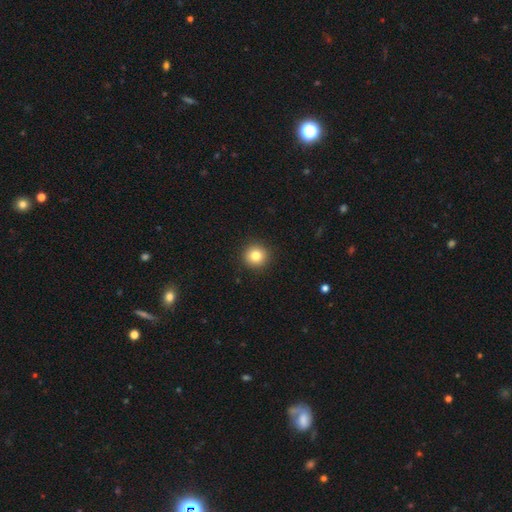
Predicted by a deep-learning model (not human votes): smooth_or_featured: smooth (p=0.82) [alt: star or artifact p=0.11]
how_rounded: round (p=0.94) [alt: in between p=0.05]
merging: none (p=0.93) [alt: minor disturbance p=0.05]